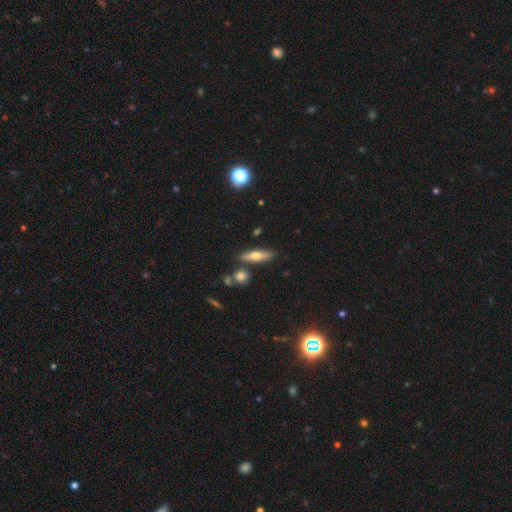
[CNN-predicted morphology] smooth-or-featured: smooth: 54% | featured or disk: 39% | star or artifact: 7%
  how-rounded: cigar-shaped: 64% | in between: 33% | round: 3%
  merging: none: 80% | minor disturbance: 11% | merger: 7% | major disturbance: 3%